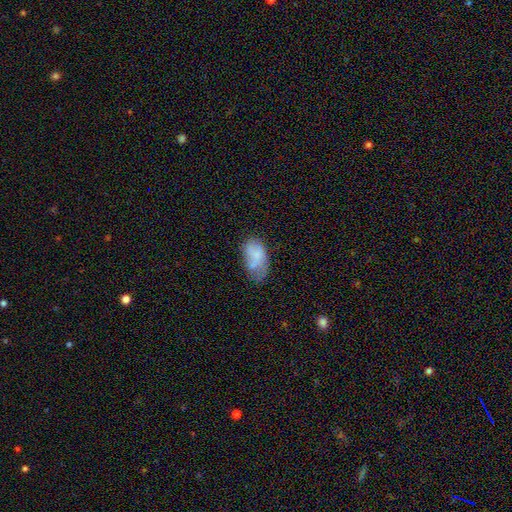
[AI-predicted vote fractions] smooth-or-featured: smooth: 64% | featured or disk: 27% | star or artifact: 9%
  how-rounded: in between: 92% | round: 7% | cigar-shaped: 2%
  merging: none: 35% | minor disturbance: 30% | major disturbance: 20% | merger: 16%